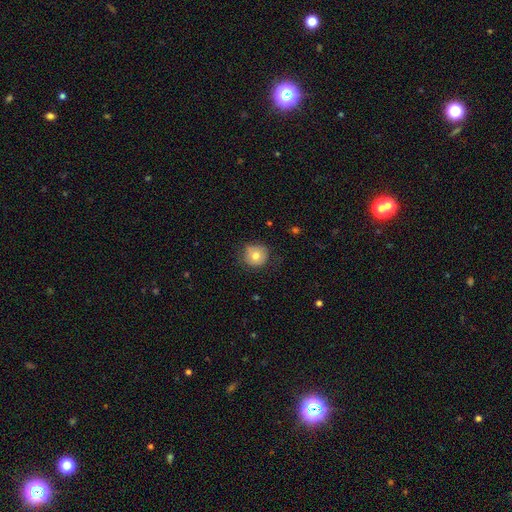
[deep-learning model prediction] smooth 75%, featured or disk 15%, star or artifact 10%. Down the decision tree: how rounded — round (91%); merging — none (76%).